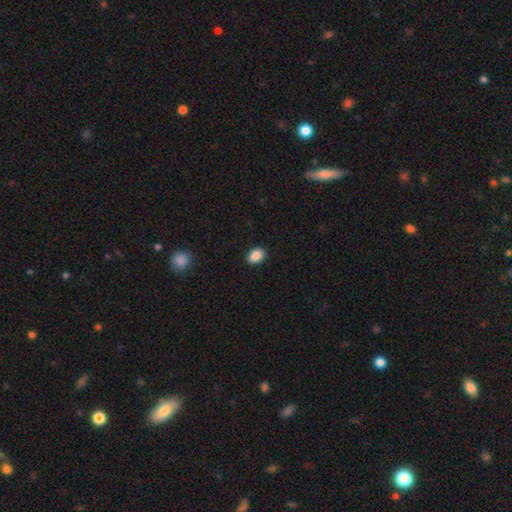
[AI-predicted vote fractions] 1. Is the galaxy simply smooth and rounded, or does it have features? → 89% smooth, 8% star or artifact, 3% featured or disk.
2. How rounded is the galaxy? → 76% in between, 23% round, 1% cigar-shaped.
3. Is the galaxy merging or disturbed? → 89% none, 9% minor disturbance, 2% major disturbance, 1% merger.